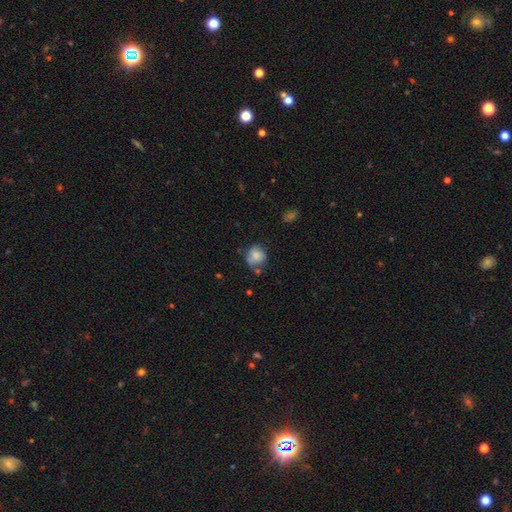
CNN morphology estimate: smooth-or-featured: smooth: 78% | featured or disk: 13% | star or artifact: 9%
  how-rounded: round: 79% | in between: 20% | cigar-shaped: 1%
  merging: none: 57% | minor disturbance: 26% | merger: 10% | major disturbance: 8%